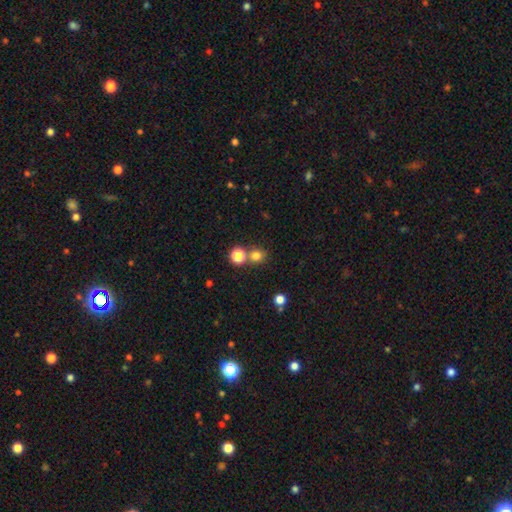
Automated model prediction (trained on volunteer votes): A smooth galaxy with no disk features (76%) that is round (85%).

Vote fractions:
- Smooth or featured? smooth: 76% / star or artifact: 18% / featured or disk: 6%
- How rounded? round: 85% / in between: 14% / cigar-shaped: 1%
- Merging? none: 69% / merger: 20% / minor disturbance: 7% / major disturbance: 3%